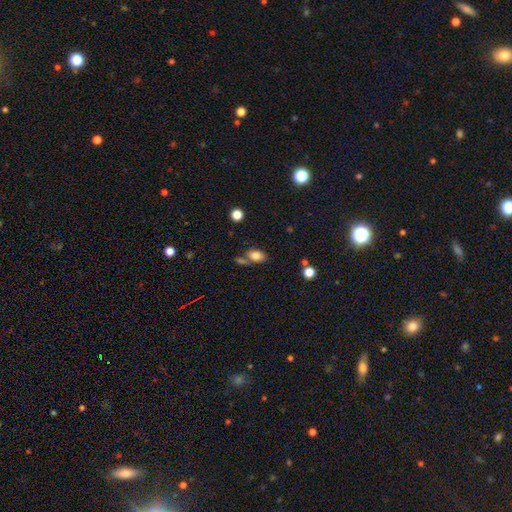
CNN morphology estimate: Smooth or featured? Predicted: smooth (p=0.81). How rounded? Predicted: in between (p=0.84). Merging? Predicted: none (p=0.59).